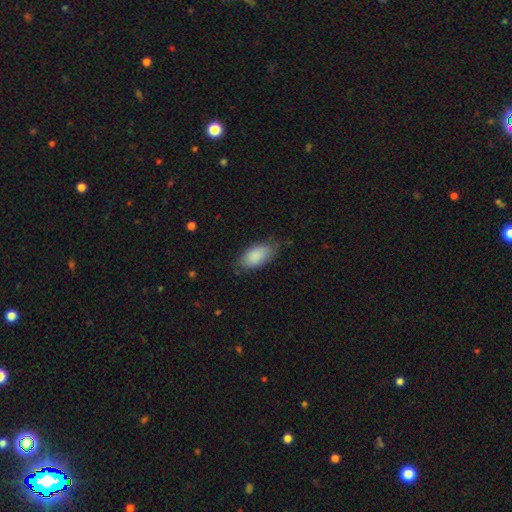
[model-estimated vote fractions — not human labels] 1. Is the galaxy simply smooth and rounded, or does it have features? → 88% smooth, 6% star or artifact, 6% featured or disk.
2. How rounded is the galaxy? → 93% in between, 4% cigar-shaped, 3% round.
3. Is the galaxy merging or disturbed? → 70% none, 23% minor disturbance, 5% major disturbance, 1% merger.